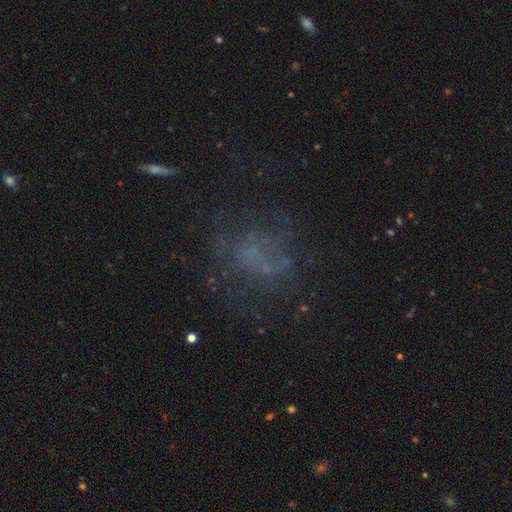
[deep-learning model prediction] A featured or disk galaxy (43%). Merging: none (55%).